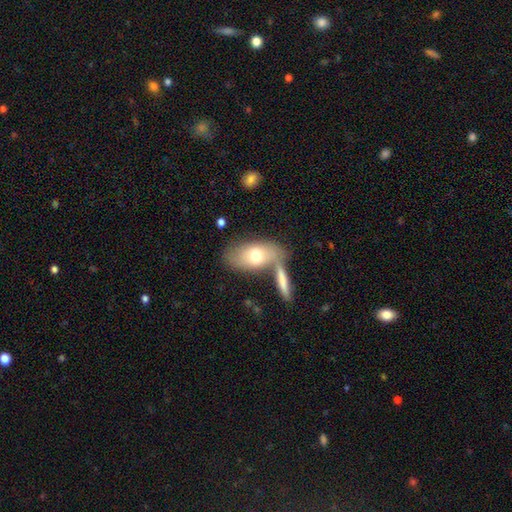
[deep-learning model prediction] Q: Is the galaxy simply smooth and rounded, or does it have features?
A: smooth — 66%.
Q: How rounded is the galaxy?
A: in between — 88%.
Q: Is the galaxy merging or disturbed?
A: none — 50%.